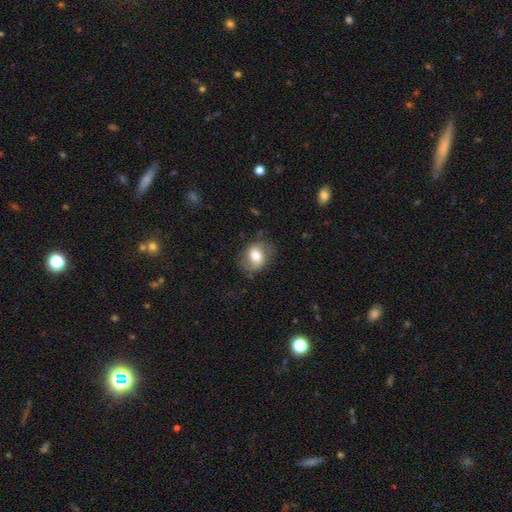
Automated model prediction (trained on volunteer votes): Smooth or featured?
  - smooth: 65% *
  - featured or disk: 27%
  - star or artifact: 8%
How rounded?
  - in between: 55% *
  - round: 44%
  - cigar-shaped: 1%
Merging?
  - none: 70% *
  - minor disturbance: 20%
  - major disturbance: 8%
  - merger: 1%